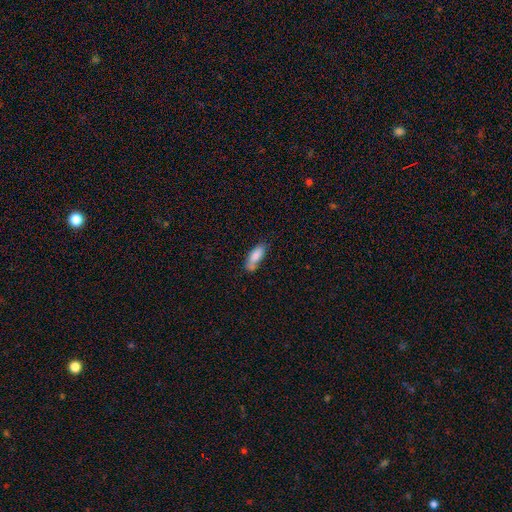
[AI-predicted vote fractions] A smooth galaxy with no disk features (82%) that is in between round and cigar-shaped (69%). Merging: none (56%).